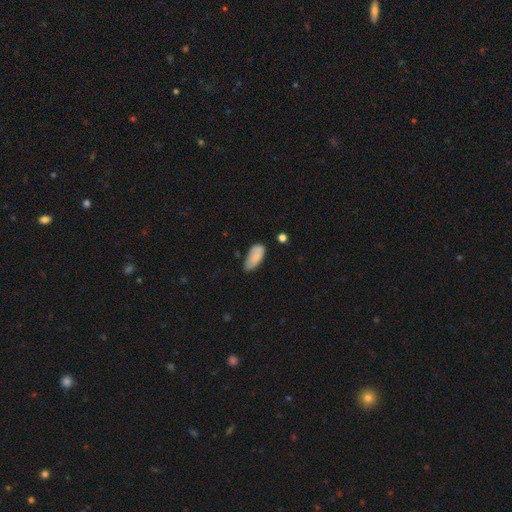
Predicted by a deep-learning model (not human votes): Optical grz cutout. It shows a smooth galaxy with no disk features (81%) that is in between round and cigar-shaped (88%). Merging: none (55%).